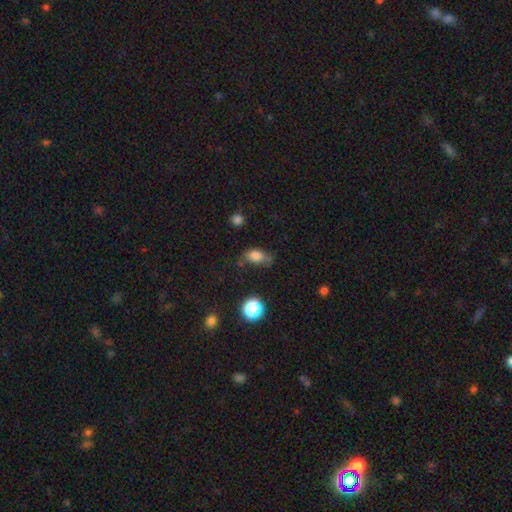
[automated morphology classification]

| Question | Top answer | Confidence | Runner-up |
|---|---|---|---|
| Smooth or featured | smooth | 77% | featured or disk (12%) |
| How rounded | in between | 81% | round (15%) |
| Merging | none | 48% | minor disturbance (33%) |